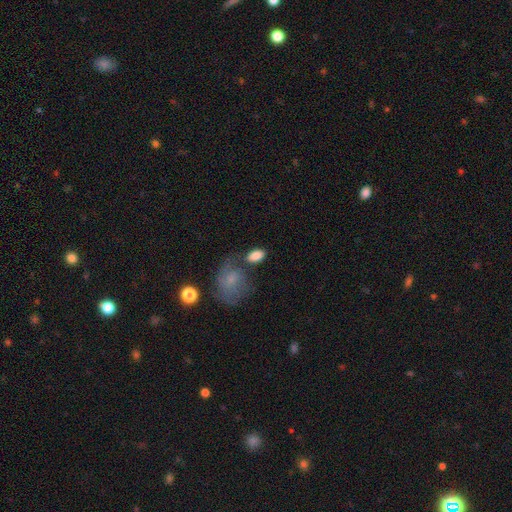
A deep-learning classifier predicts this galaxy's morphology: This appears to be a smooth galaxy with no disk features (84%) that is in between round and cigar-shaped (90%). Merging: none (59%).